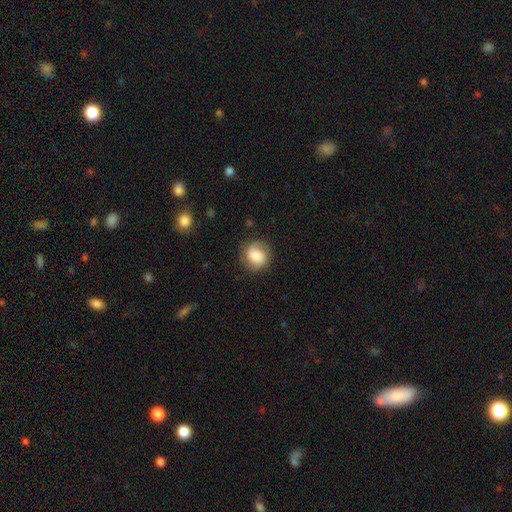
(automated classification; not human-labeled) Smooth or featured? Predicted: smooth (p=0.65). How rounded? Predicted: round (p=0.83). Merging? Predicted: none (p=0.81).